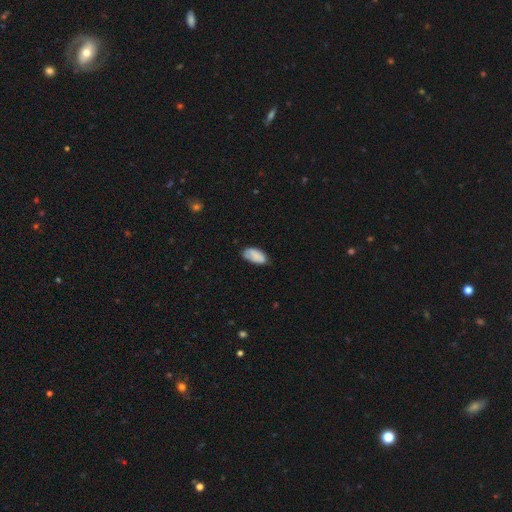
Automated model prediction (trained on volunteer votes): This is clearly a smooth galaxy (83%). How rounded: clearly in between (94%). Merging: likely none (66%).